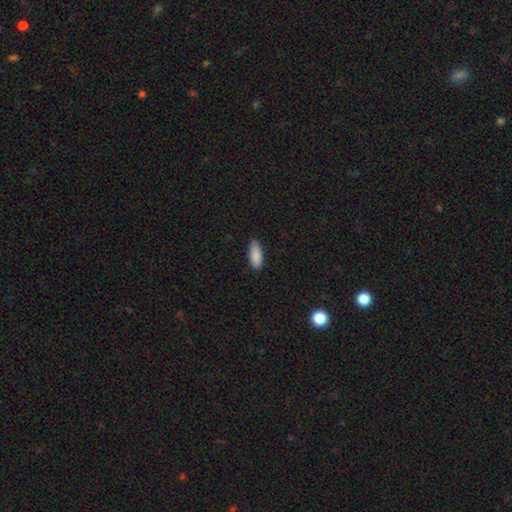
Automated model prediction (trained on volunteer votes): This appears to be a smooth galaxy with no disk features (89%) that is in between round and cigar-shaped (79%). Merging: none (82%).